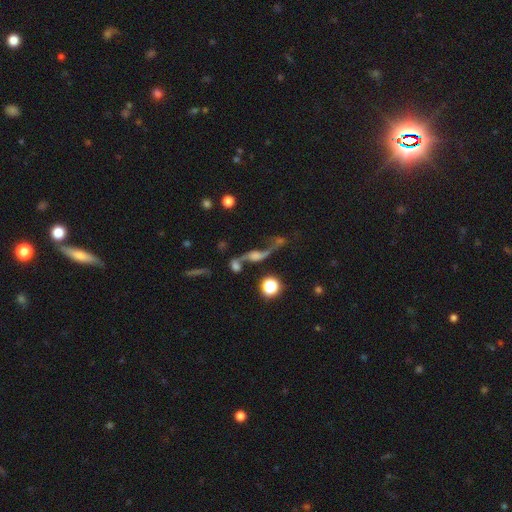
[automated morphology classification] Smooth or featured? Predicted: featured or disk (p=0.62). Edge-on disk? Predicted: no (p=0.79). Merging? Predicted: none (p=0.40).